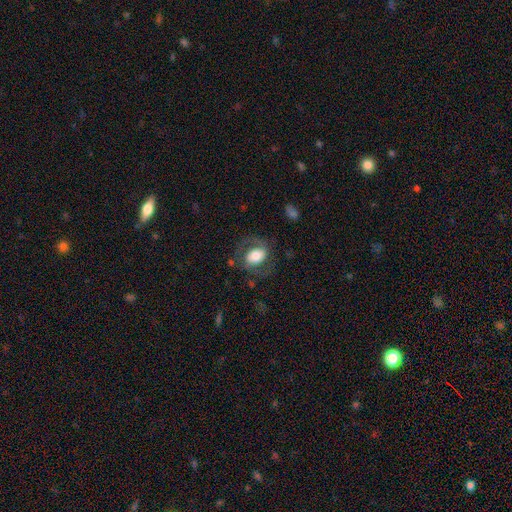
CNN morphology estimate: A smooth galaxy with no disk features (48%). Merging: none (65%).